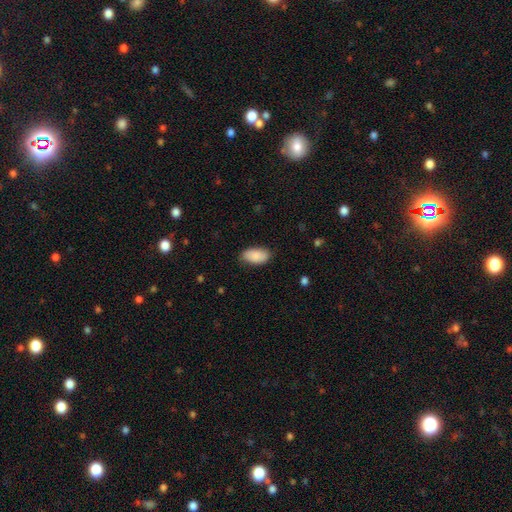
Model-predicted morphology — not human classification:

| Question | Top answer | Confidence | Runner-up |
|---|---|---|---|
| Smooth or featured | smooth | 88% | featured or disk (6%) |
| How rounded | in between | 95% | round (3%) |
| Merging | none | 83% | minor disturbance (13%) |